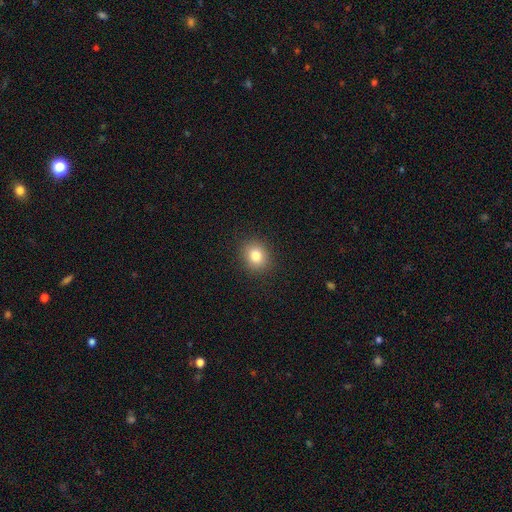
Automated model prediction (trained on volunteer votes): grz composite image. It shows a smooth galaxy with no disk features (81%) that is round (69%). Merging: none (90%).